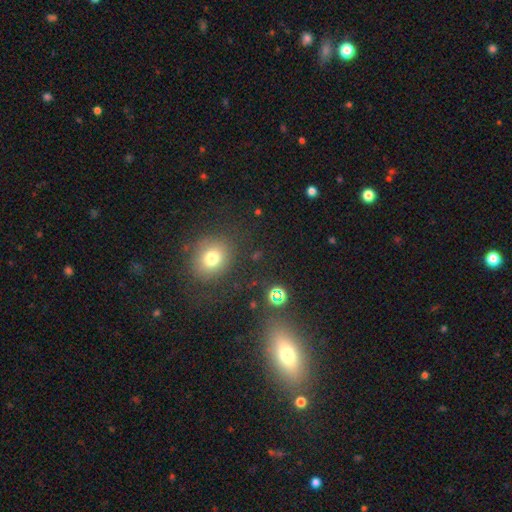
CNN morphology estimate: Smooth or featured: smooth — 58% (star or artifact — 29%)
How rounded: round — 60% (in between — 37%)
Merging: none — 83% (minor disturbance — 8%)